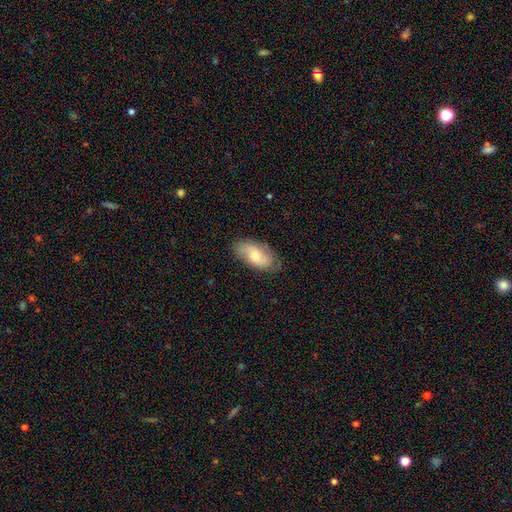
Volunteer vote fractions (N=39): smooth_or_featured: smooth (p=0.74) [alt: featured or disk p=0.21]
how_rounded: in between (p=0.97) [alt: round p=0.03]
merging: none (p=0.76) [alt: minor disturbance p=0.22]